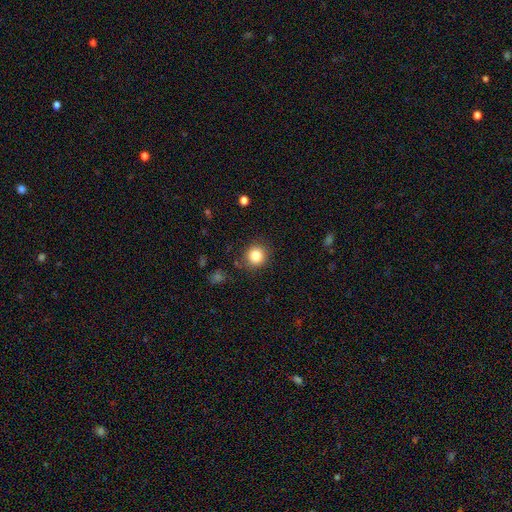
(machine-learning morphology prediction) This is clearly a smooth galaxy (84%). How rounded: clearly round (91%). Merging: clearly none (86%).